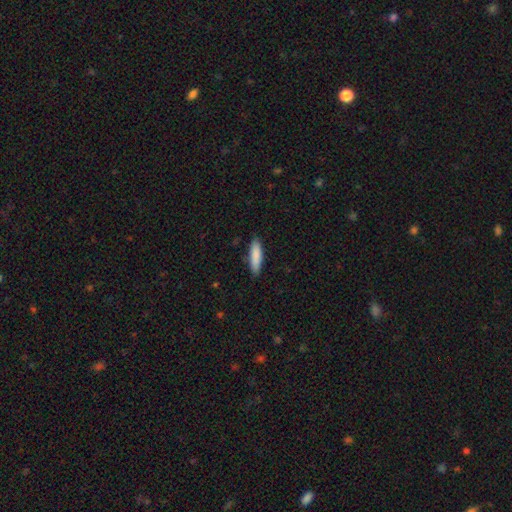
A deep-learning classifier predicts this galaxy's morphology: Q: Smooth or featured?
A: smooth (86%); runner-up: featured or disk (8%)
Q: How rounded?
A: cigar-shaped (68%); runner-up: in between (31%)
Q: Merging?
A: none (86%); runner-up: minor disturbance (11%)